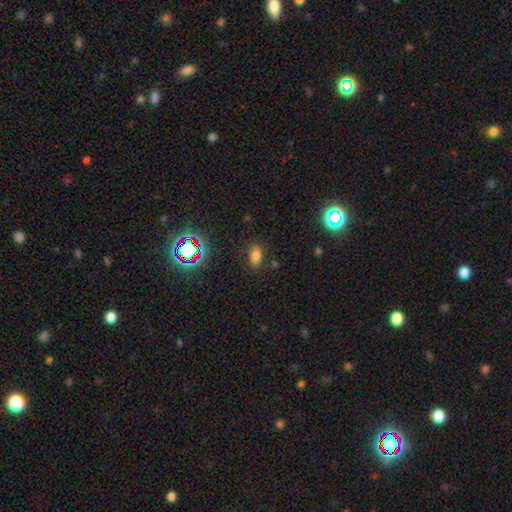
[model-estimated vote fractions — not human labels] Overall: smooth (72%). How rounded: in between (86%). Merging: none (82%).